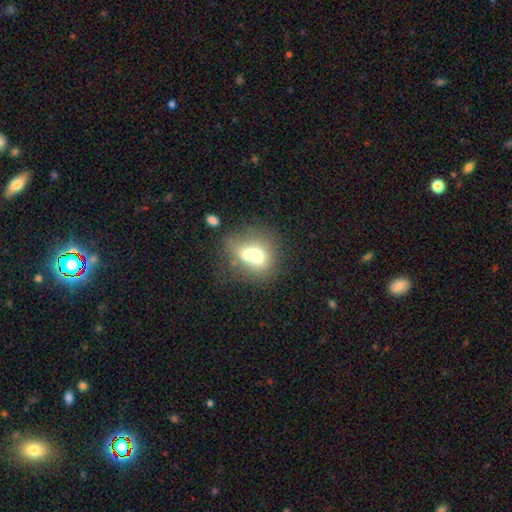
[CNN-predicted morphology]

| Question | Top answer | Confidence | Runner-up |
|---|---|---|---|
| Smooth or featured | smooth | 62% | featured or disk (27%) |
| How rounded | round | 63% | in between (35%) |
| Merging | merger | 64% | none (24%) |